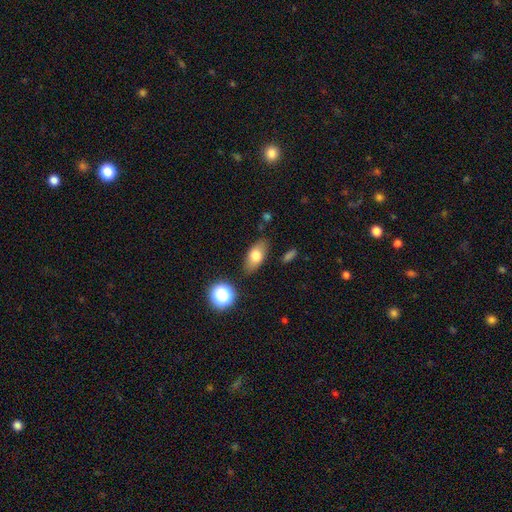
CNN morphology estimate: smooth 73%, featured or disk 18%, star or artifact 9%. Down the decision tree: how rounded — in between (84%); merging — none (81%).